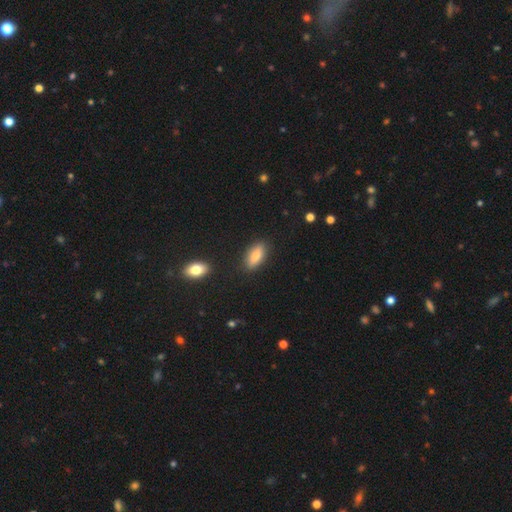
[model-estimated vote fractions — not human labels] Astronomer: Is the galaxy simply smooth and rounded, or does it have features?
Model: smooth — 80%.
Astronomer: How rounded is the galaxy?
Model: in between — 80%.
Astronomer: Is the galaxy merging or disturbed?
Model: none — 85%.